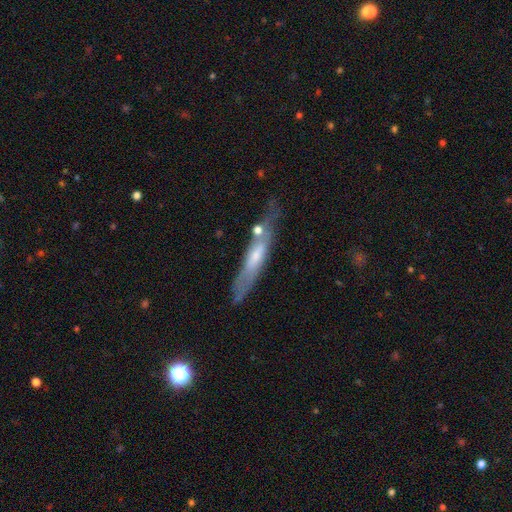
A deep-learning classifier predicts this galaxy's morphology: A featured or disk galaxy (52%) viewed edge-on (68%).

Vote fractions:
- Smooth or featured? featured or disk: 52% / smooth: 42% / star or artifact: 7%
- Edge-on disk? yes: 68% / no: 32%
- Merging? none: 60% / minor disturbance: 21% / merger: 10% / major disturbance: 8%